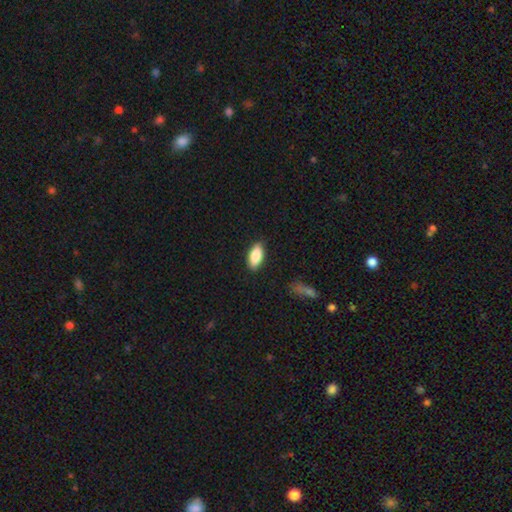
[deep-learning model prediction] smooth 85%, featured or disk 9%, star or artifact 6%. Down the decision tree: how rounded — in between (87%); merging — none (88%).